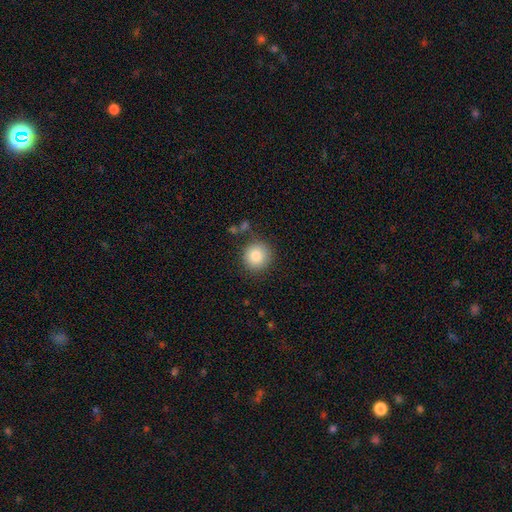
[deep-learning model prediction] smooth 84%, star or artifact 9%, featured or disk 7%. Down the decision tree: how rounded — round (93%); merging — none (84%).